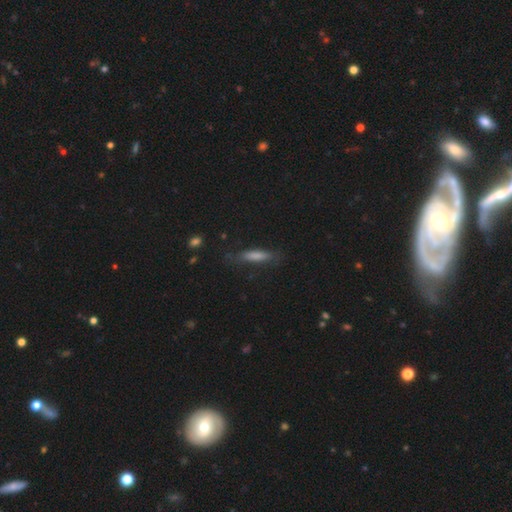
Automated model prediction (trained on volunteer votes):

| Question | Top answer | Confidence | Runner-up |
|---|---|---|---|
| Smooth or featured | smooth | 63% | featured or disk (26%) |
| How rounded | cigar-shaped | 79% | in between (19%) |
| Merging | none | 76% | minor disturbance (17%) |